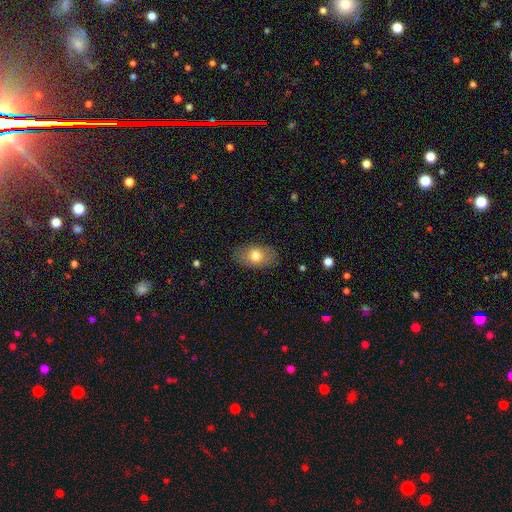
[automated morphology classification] smooth 75%, featured or disk 17%, star or artifact 8%. Down the decision tree: how rounded — in between (87%); merging — none (83%).